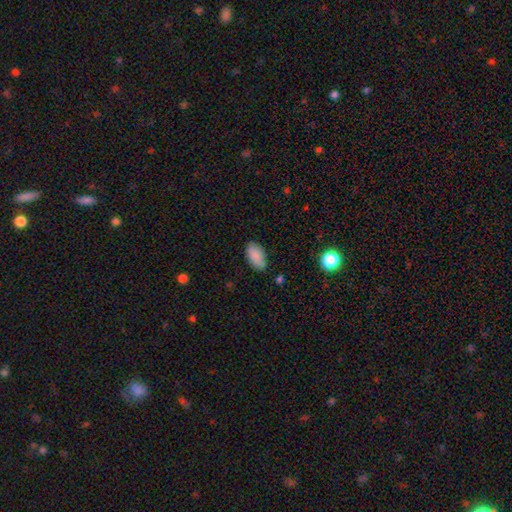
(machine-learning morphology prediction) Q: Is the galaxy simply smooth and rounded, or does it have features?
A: smooth — 88%.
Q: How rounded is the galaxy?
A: in between — 94%.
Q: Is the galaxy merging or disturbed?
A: none — 81%.